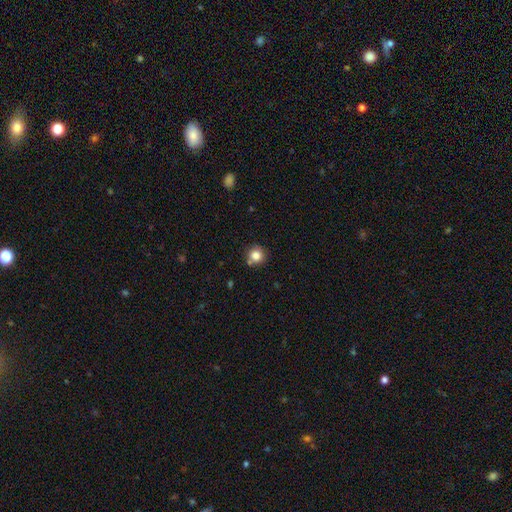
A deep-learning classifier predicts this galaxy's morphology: Smooth or featured: smooth — 82% (star or artifact — 11%)
How rounded: round — 93% (in between — 6%)
Merging: none — 79% (minor disturbance — 10%)